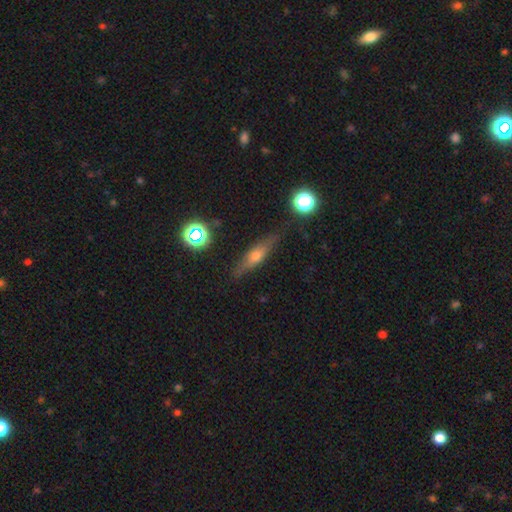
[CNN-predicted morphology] smooth_or_featured: featured or disk (p=0.52) [alt: smooth p=0.38]
disk_edge_on: yes (p=0.89) [alt: no p=0.11]
merging: none (p=0.84) [alt: minor disturbance p=0.12]